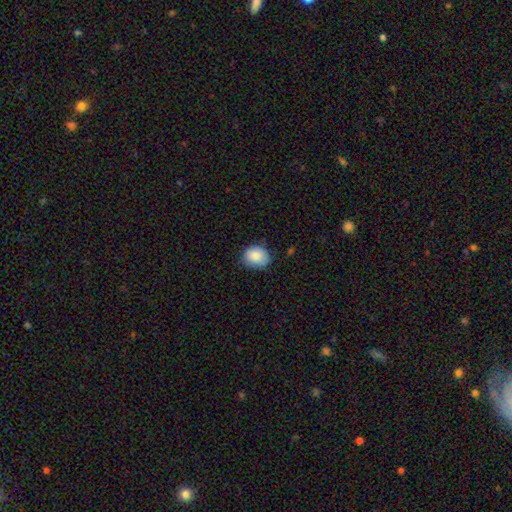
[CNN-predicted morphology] Smooth or featured: smooth — 84% (star or artifact — 8%)
How rounded: round — 61% (in between — 38%)
Merging: none — 67% (minor disturbance — 26%)